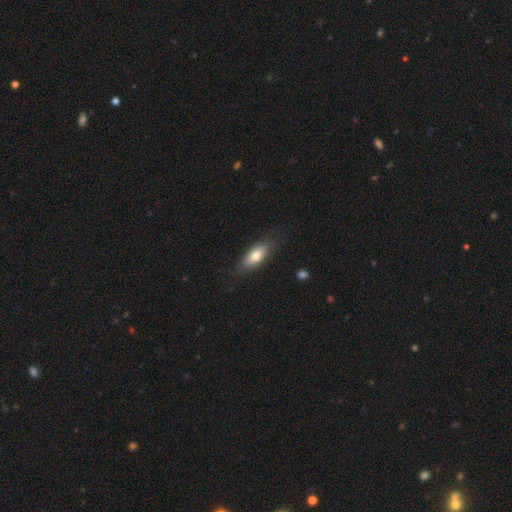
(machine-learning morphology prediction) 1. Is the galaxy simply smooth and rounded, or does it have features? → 73% smooth, 21% featured or disk, 6% star or artifact.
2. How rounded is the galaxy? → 75% in between, 22% cigar-shaped, 3% round.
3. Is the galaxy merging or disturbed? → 78% none, 16% minor disturbance, 4% major disturbance, 1% merger.